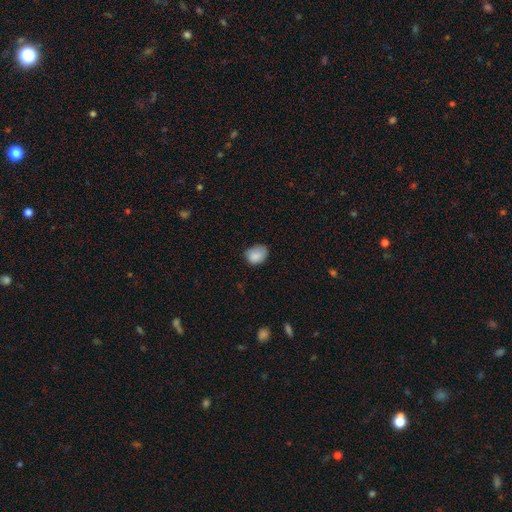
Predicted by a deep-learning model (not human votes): smooth-or-featured: smooth: 86% | star or artifact: 8% | featured or disk: 6%
  how-rounded: in between: 55% | round: 44% | cigar-shaped: 1%
  merging: none: 60% | minor disturbance: 32% | major disturbance: 7% | merger: 1%